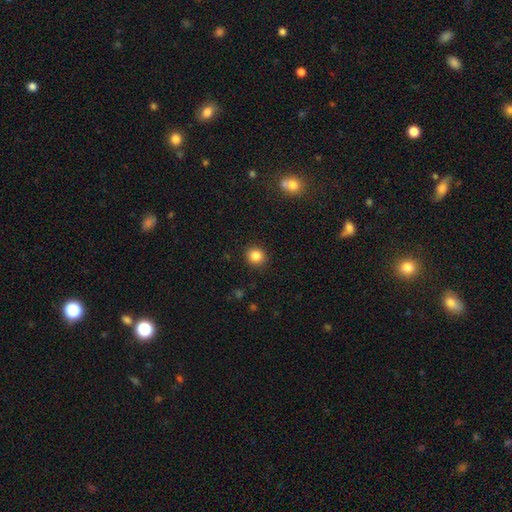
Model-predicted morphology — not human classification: A smooth galaxy with no disk features (85%) that is round (89%). Merging: none (91%).